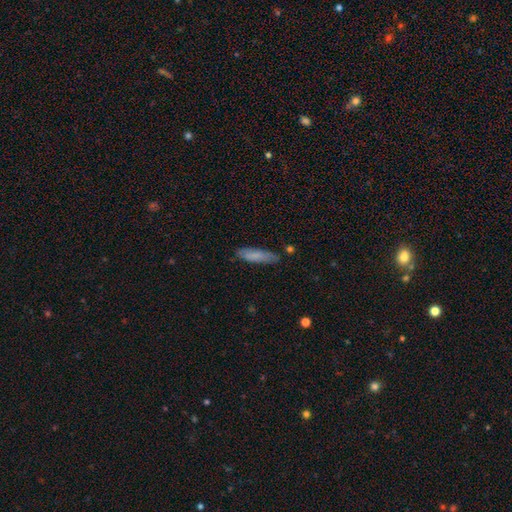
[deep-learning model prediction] smooth-or-featured: smooth: 77% | featured or disk: 17% | star or artifact: 6%
  how-rounded: cigar-shaped: 68% | in between: 30% | round: 1%
  merging: none: 76% | minor disturbance: 18% | major disturbance: 3% | merger: 3%